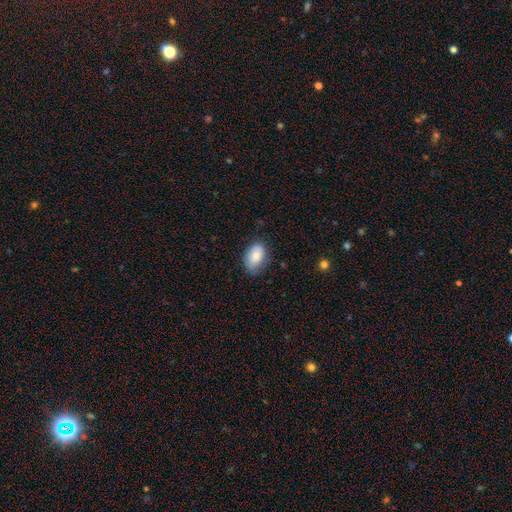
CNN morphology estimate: smooth_or_featured: smooth (p=0.84) [alt: featured or disk p=0.09]
how_rounded: in between (p=0.89) [alt: round p=0.10]
merging: none (p=0.73) [alt: minor disturbance p=0.22]